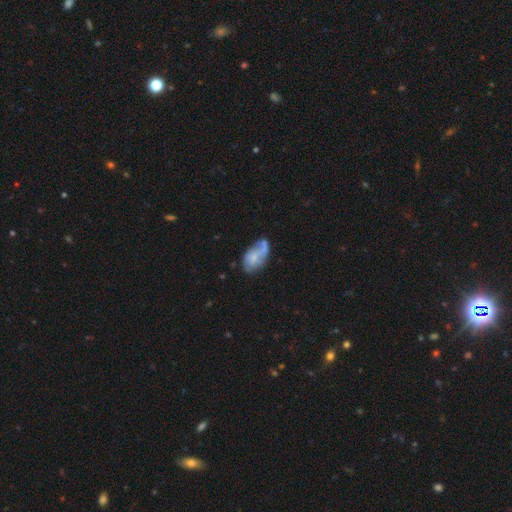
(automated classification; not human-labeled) This is possibly a featured or disk galaxy (53%). It is clearly not viewed edge-on (96%). Bar: likely no (68%). Spiral arm pattern: possibly yes (60%). Central bulge: possibly small (52%). Merging: marginally none (36%).